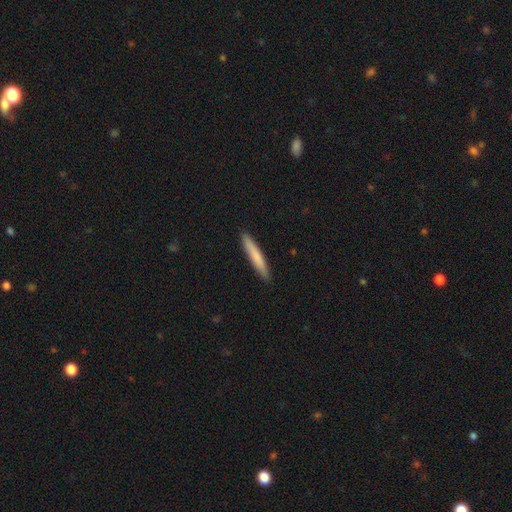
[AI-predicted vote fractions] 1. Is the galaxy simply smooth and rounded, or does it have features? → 76% smooth, 19% featured or disk, 5% star or artifact.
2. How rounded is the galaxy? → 95% cigar-shaped, 4% in between, 1% round.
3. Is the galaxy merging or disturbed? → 91% none, 7% minor disturbance, 1% major disturbance, 1% merger.